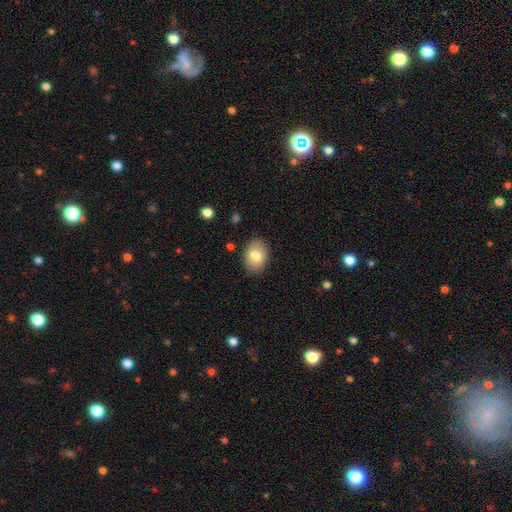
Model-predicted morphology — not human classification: type=smooth (79%); roundness=in between (72%); merging=none (86%).